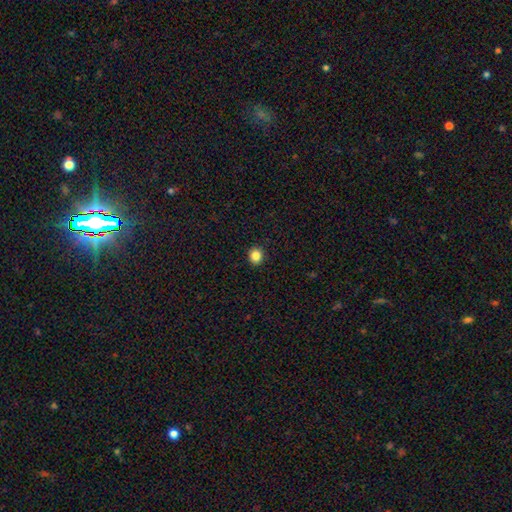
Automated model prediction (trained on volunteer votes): A smooth galaxy with no disk features (85%) that is round (82%). Merging: none (92%).